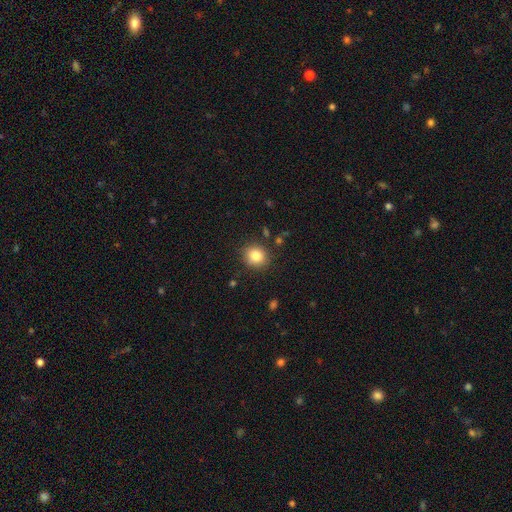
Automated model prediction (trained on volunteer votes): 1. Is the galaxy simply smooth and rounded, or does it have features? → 84% smooth, 10% star or artifact, 6% featured or disk.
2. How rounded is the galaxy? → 79% round, 20% in between, 1% cigar-shaped.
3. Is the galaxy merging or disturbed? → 86% none, 9% minor disturbance, 3% major disturbance, 2% merger.